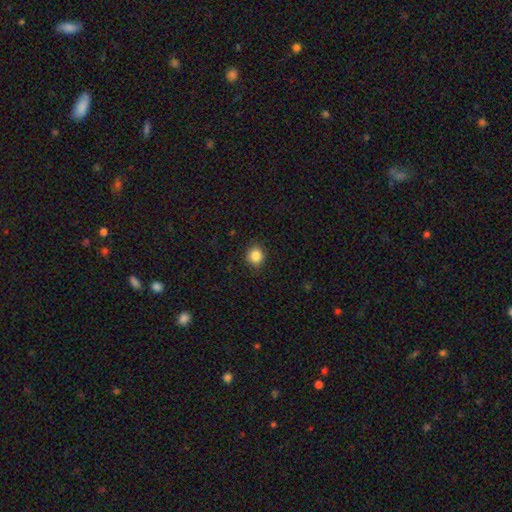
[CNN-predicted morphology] smooth_or_featured: smooth (p=0.86) [alt: star or artifact p=0.10]
how_rounded: round (p=0.85) [alt: in between p=0.15]
merging: none (p=0.86) [alt: minor disturbance p=0.10]